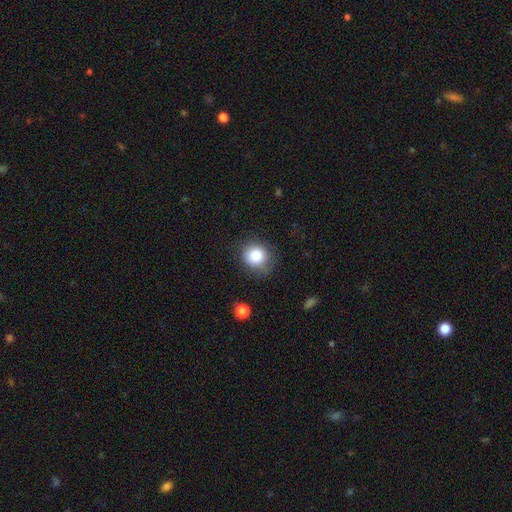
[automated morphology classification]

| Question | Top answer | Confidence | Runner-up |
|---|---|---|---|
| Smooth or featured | smooth | 83% | star or artifact (10%) |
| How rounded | round | 81% | in between (18%) |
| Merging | none | 71% | minor disturbance (21%) |